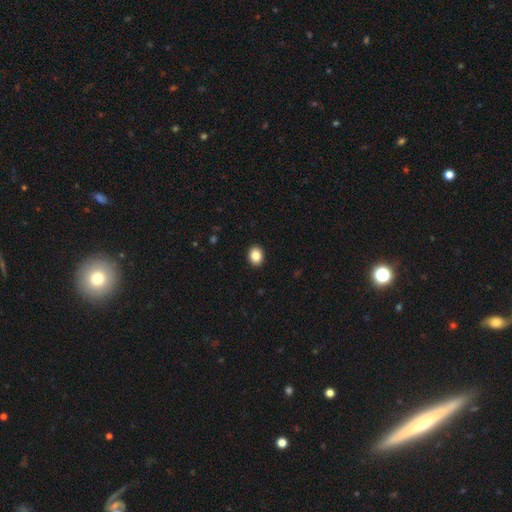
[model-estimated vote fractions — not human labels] Morphology: type=smooth (86%); roundness=in between (56%); merging=none (92%).